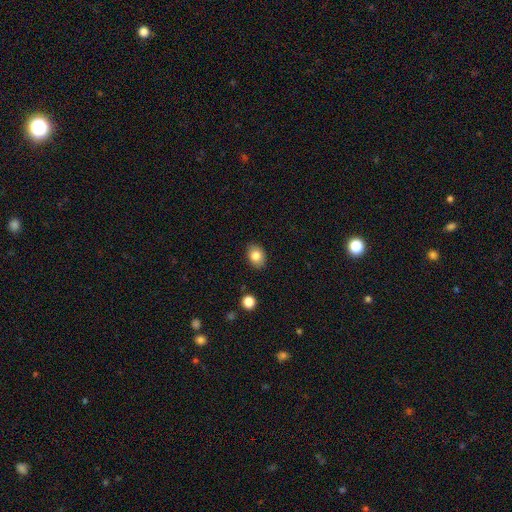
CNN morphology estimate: A smooth galaxy with no disk features (82%) that is in between round and cigar-shaped (65%).

Vote fractions:
- Smooth or featured? smooth: 82% / star or artifact: 9% / featured or disk: 9%
- How rounded? in between: 65% / round: 34% / cigar-shaped: 1%
- Merging? none: 86% / minor disturbance: 10% / major disturbance: 2% / merger: 1%